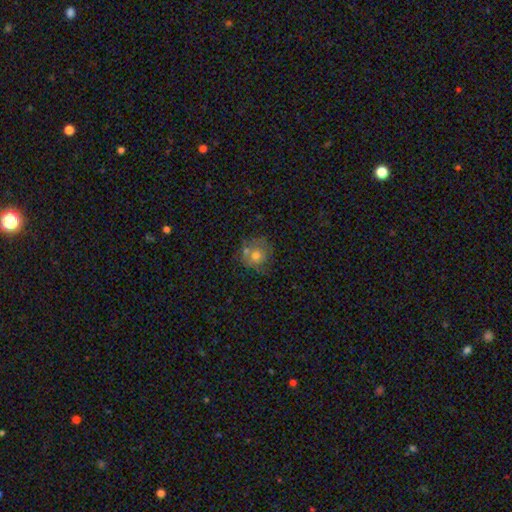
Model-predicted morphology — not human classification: smooth 65%, featured or disk 24%, star or artifact 11%. Down the decision tree: how rounded — round (85%); merging — none (57%).